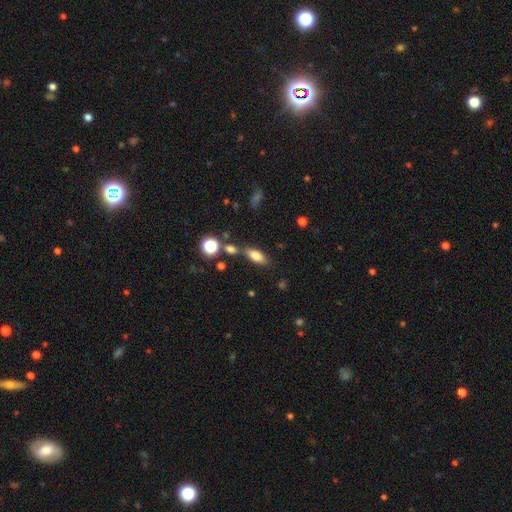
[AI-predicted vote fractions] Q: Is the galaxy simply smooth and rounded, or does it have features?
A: smooth — 77%.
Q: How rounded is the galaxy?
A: in between — 78%.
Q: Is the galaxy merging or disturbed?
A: none — 67%.